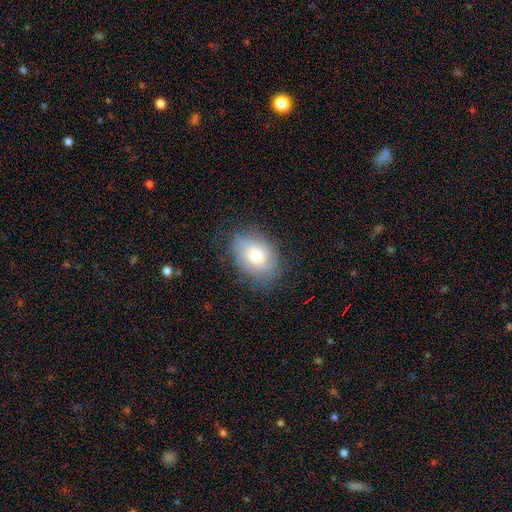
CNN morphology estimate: The model was most divided on "smooth or featured": smooth: 59%, featured or disk: 33%, star or artifact: 9%. More confident: how rounded — in between (77%); merging — none (75%).